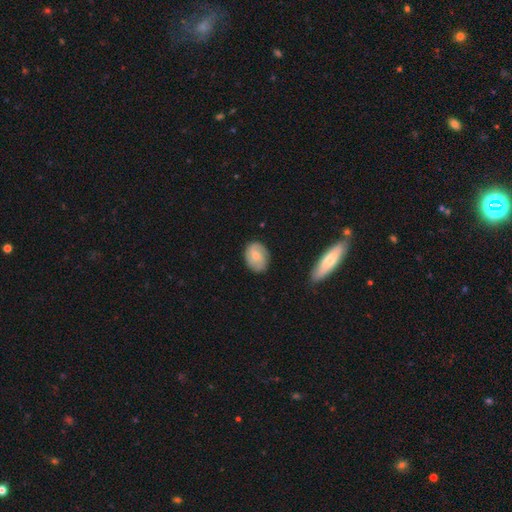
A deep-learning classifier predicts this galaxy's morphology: smooth 48%, featured or disk 45%, star or artifact 7%. Down the decision tree: merging — none (79%).